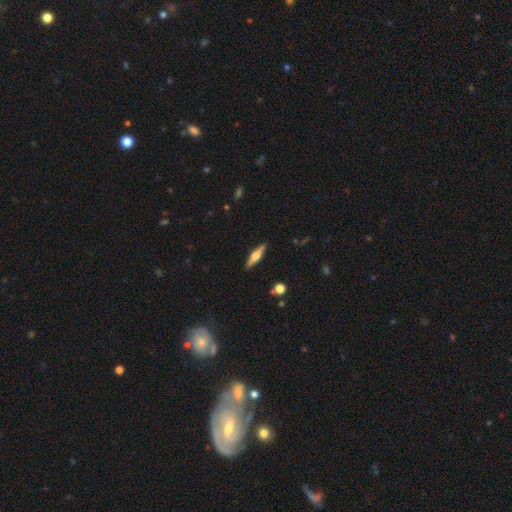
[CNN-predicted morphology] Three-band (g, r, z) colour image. It shows a featured or disk galaxy (57%) viewed edge-on (96%) with a rounded central bulge (88%). Merging: none (90%).